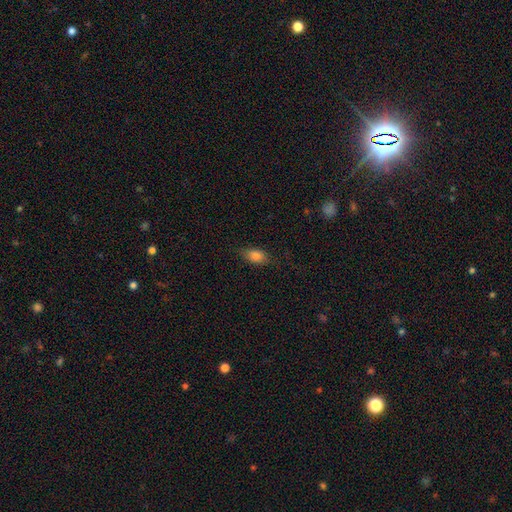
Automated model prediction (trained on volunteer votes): Smooth or featured?
  - smooth: 80% *
  - featured or disk: 11%
  - star or artifact: 9%
How rounded?
  - in between: 85% *
  - round: 10%
  - cigar-shaped: 5%
Merging?
  - none: 77% *
  - minor disturbance: 17%
  - major disturbance: 4%
  - merger: 1%